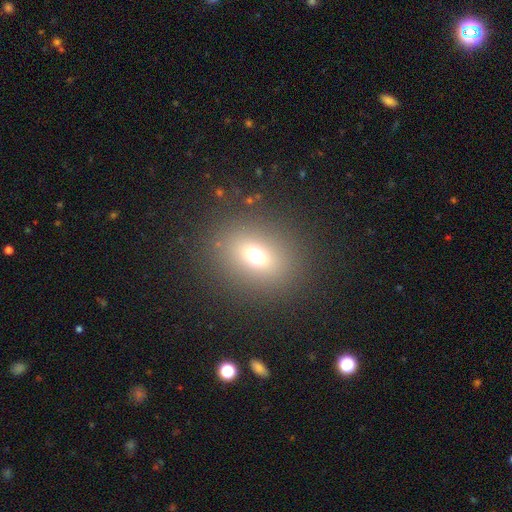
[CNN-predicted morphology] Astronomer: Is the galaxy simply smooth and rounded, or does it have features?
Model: smooth — 67%.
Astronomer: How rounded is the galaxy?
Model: round — 58% (runner-up: in between, 41%).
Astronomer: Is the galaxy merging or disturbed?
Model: none — 85%.